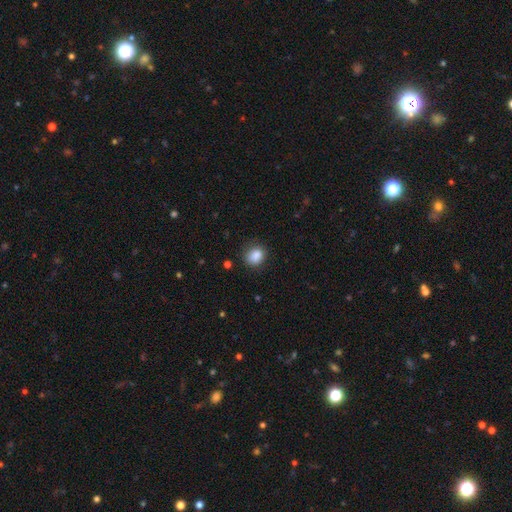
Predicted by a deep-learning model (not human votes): Morphology: type=smooth (86%); roundness=round (56%); merging=none (76%).